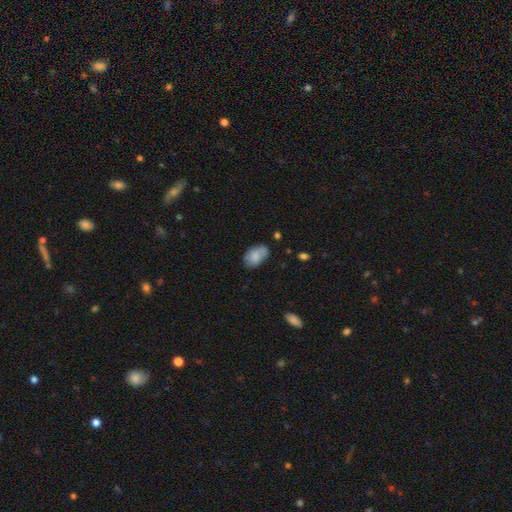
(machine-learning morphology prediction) type=smooth (79%); roundness=in between (91%); merging=none (60%).